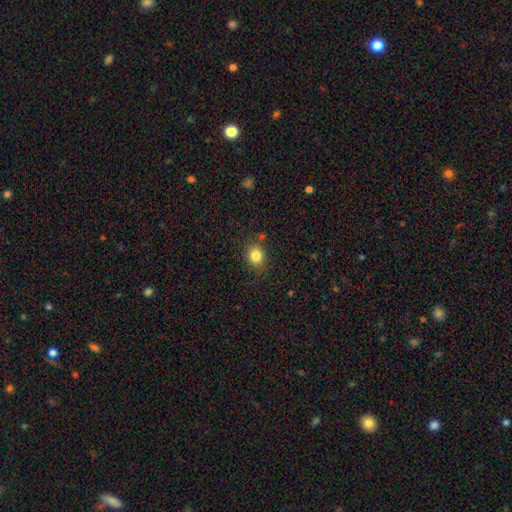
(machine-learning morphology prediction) This is clearly a smooth galaxy (82%). How rounded: possibly round (54%). Merging: clearly none (81%).